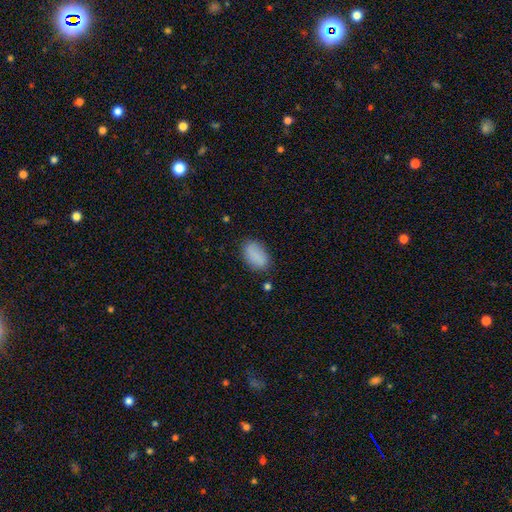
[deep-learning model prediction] A smooth galaxy with no disk features (86%) that is in between round and cigar-shaped (92%).

Vote fractions:
- Smooth or featured? smooth: 86% / star or artifact: 8% / featured or disk: 6%
- How rounded? in between: 92% / round: 6% / cigar-shaped: 2%
- Merging? none: 78% / minor disturbance: 15% / major disturbance: 4% / merger: 2%